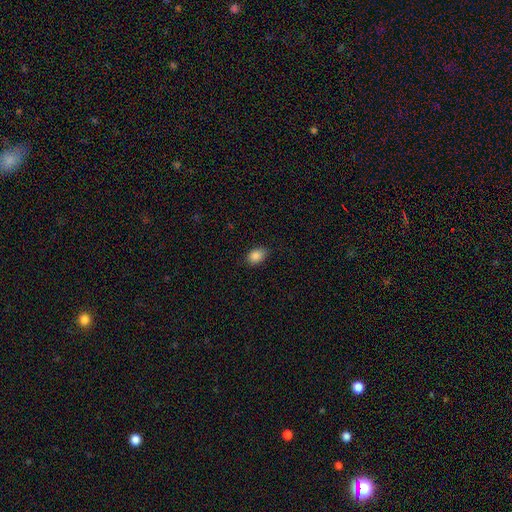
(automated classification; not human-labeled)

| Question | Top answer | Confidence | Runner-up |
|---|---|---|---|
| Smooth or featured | smooth | 88% | star or artifact (8%) |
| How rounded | in between | 82% | round (16%) |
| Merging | none | 83% | minor disturbance (14%) |